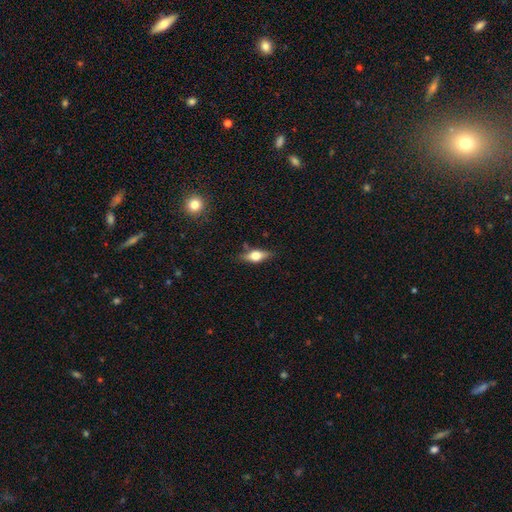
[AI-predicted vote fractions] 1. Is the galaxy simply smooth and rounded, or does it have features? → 49% smooth, 43% featured or disk, 8% star or artifact.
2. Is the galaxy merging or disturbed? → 78% none, 15% minor disturbance, 4% major disturbance, 3% merger.